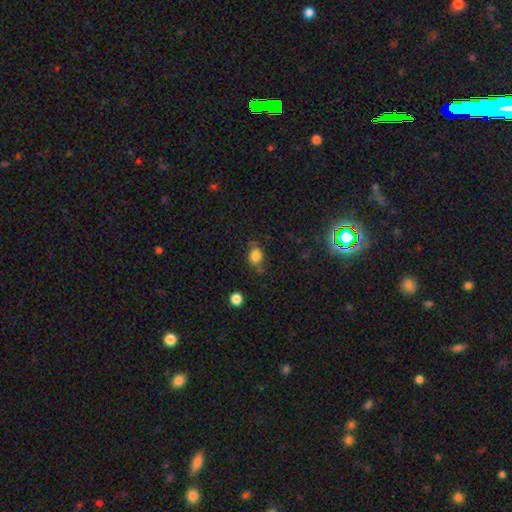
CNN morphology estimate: smooth 80%, star or artifact 12%, featured or disk 8%. Down the decision tree: how rounded — in between (53%); merging — none (64%).